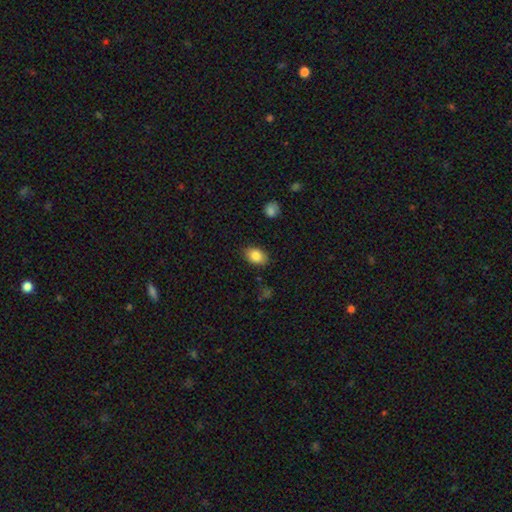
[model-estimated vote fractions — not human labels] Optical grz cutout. It shows a smooth galaxy with no disk features (85%) that is in between round and cigar-shaped (86%). Merging: none (86%).